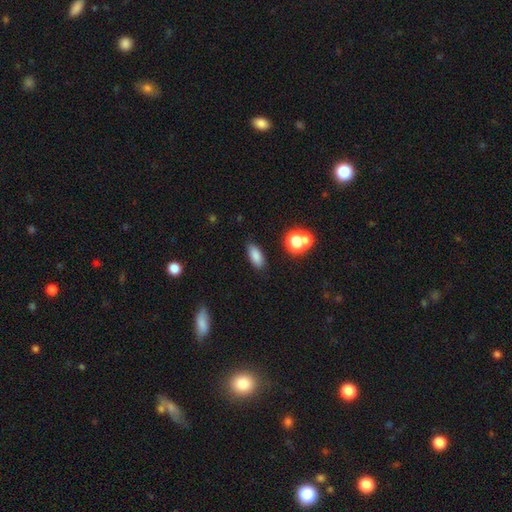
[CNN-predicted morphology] Q: Smooth or featured?
A: smooth (83%); runner-up: star or artifact (11%)
Q: How rounded?
A: in between (81%); runner-up: cigar-shaped (14%)
Q: Merging?
A: none (84%); runner-up: minor disturbance (10%)